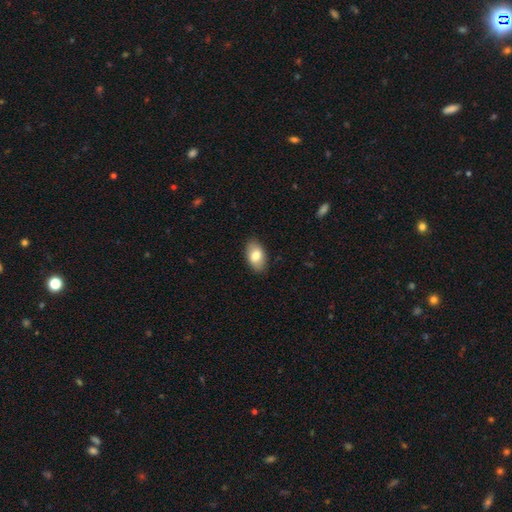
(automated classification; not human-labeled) Overall: smooth (79%). How rounded: in between (92%). Merging: none (87%).